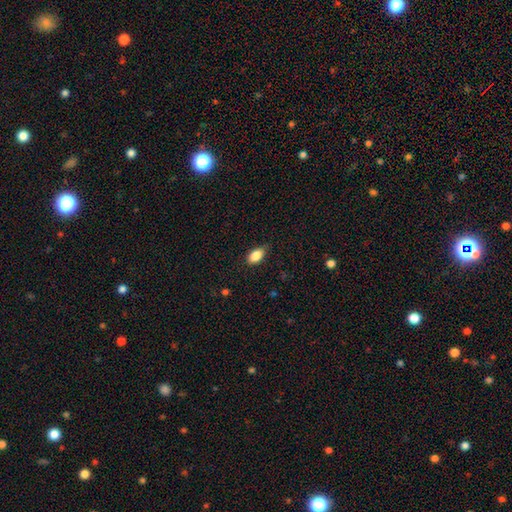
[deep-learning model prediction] The model was most divided on "merging": none: 75%, minor disturbance: 21%, major disturbance: 3%, merger: 1%. More confident: how rounded — in between (88%); smooth or featured — smooth (86%).